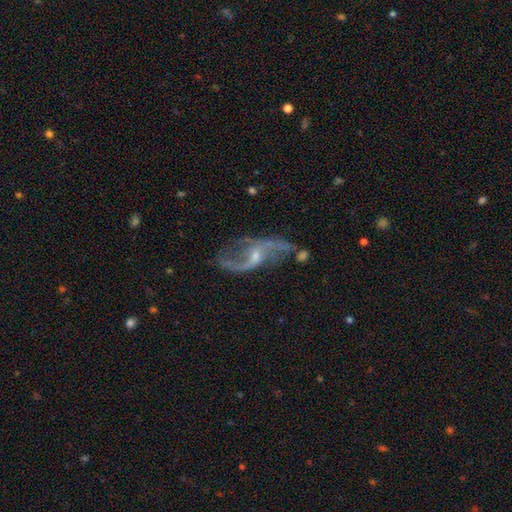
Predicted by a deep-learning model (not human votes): Smooth or featured? Predicted: featured or disk (p=0.87). Edge-on disk? Predicted: no (p=0.94). Bar? Predicted: no (p=0.47). Spiral arms? Predicted: yes (p=0.93). Spiral winding? Predicted: loose (p=0.81). Spiral arm count? Predicted: 2 (p=0.88). Bulge size? Predicted: small (p=0.60). Merging? Predicted: none (p=0.58).